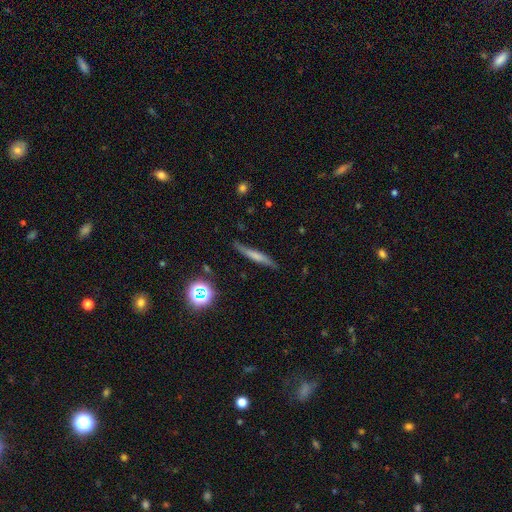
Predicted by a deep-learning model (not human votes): smooth 51%, featured or disk 38%, star or artifact 11%. Down the decision tree: how rounded — cigar-shaped (91%); merging — none (79%).